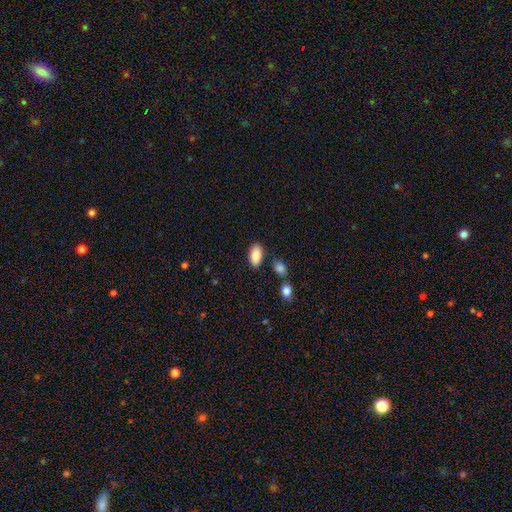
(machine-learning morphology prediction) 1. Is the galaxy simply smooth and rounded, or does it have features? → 87% smooth, 7% star or artifact, 6% featured or disk.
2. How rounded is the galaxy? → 93% in between, 4% round, 4% cigar-shaped.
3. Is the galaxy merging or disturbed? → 81% none, 11% minor disturbance, 5% merger, 3% major disturbance.